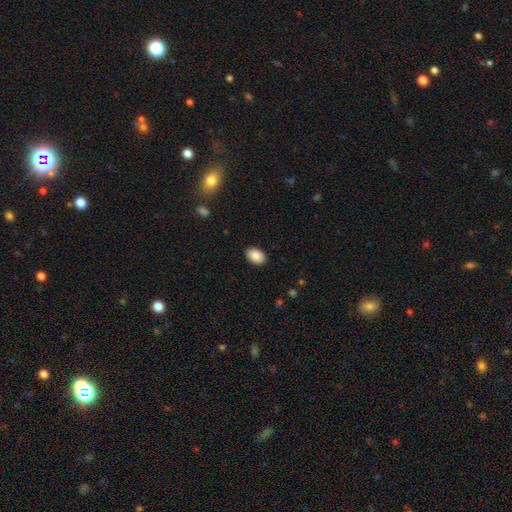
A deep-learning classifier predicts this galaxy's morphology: This appears to be a smooth galaxy with no disk features (88%) that is in between round and cigar-shaped (87%). Merging: none (89%).